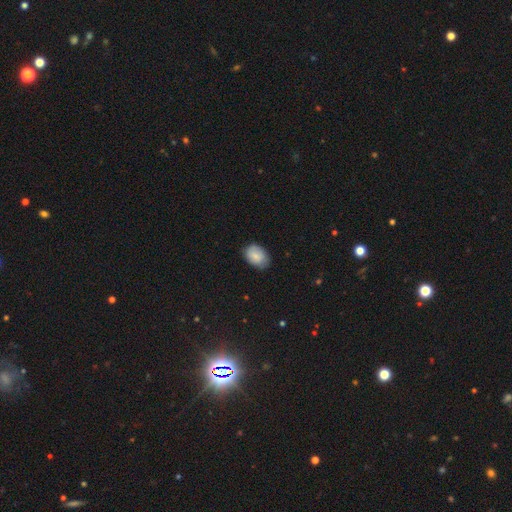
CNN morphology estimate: type=smooth (79%); roundness=in between (80%); merging=none (74%).